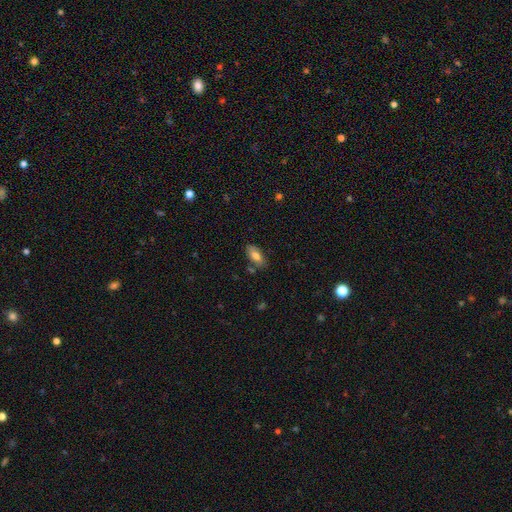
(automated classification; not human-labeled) Morphology: type=smooth (77%); roundness=in between (90%); merging=none (77%).